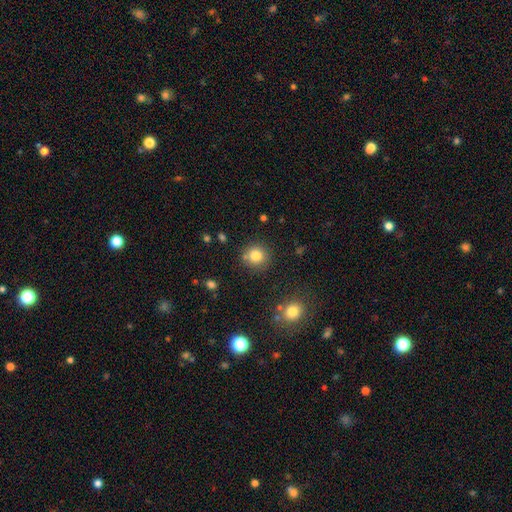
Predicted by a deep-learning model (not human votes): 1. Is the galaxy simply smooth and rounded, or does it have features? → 81% smooth, 12% star or artifact, 7% featured or disk.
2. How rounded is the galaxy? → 92% round, 7% in between, 1% cigar-shaped.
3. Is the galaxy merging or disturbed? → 82% none, 9% minor disturbance, 6% merger, 3% major disturbance.